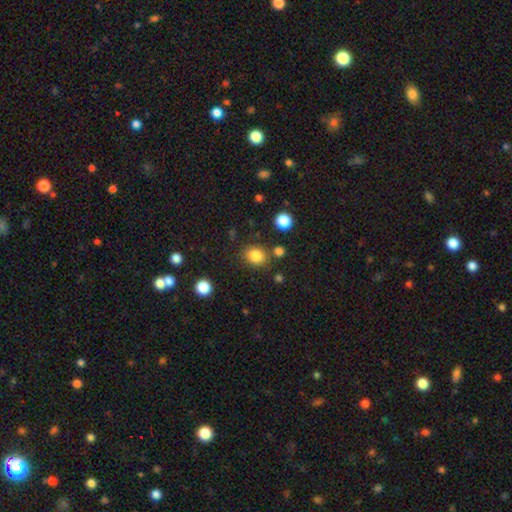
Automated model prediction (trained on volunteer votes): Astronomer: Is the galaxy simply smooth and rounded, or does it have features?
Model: smooth — 83%.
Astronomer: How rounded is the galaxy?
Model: round — 57% (runner-up: in between, 42%).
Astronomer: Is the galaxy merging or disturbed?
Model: none — 78%.